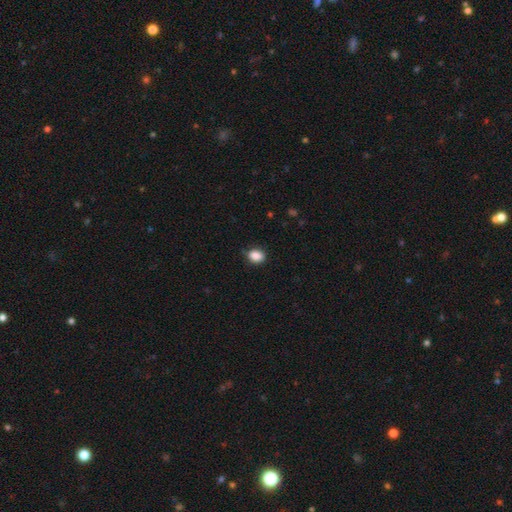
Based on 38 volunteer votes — smooth 97%, featured or disk 3%, star or artifact 0%. Down the decision tree: how rounded — in between (54%); merging — none (89%).